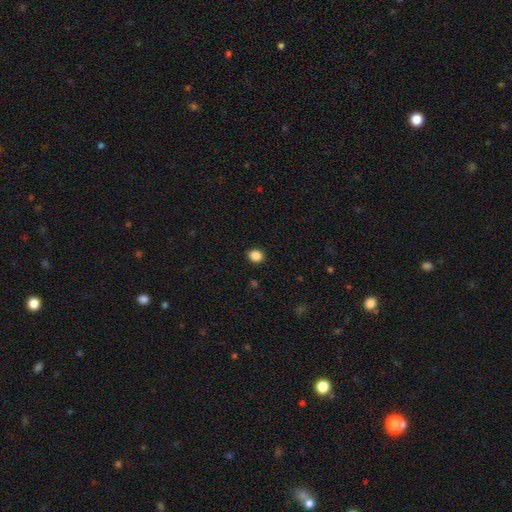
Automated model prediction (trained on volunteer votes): Smooth or featured? Predicted: smooth (p=0.87). How rounded? Predicted: in between (p=0.51). Merging? Predicted: none (p=0.90).